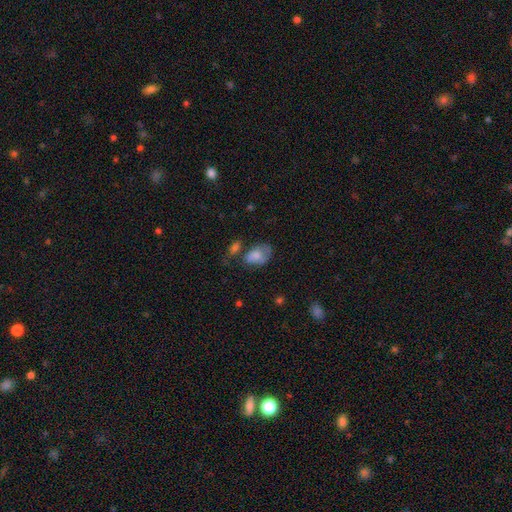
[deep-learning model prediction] A smooth galaxy with no disk features (72%) that is in between round and cigar-shaped (85%). Merging: none (32%).